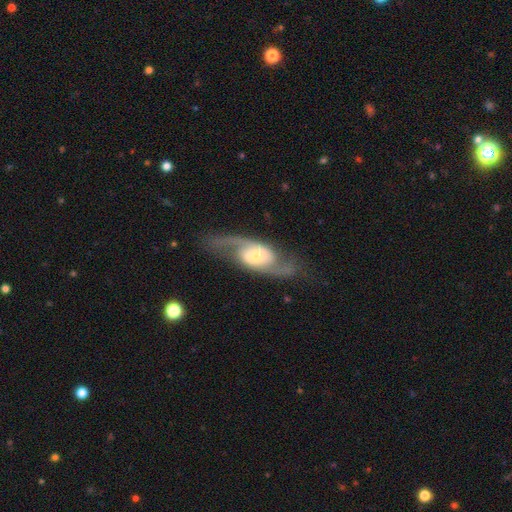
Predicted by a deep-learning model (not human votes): Overall: featured or disk (85%). Edge-on disk: no (94%). Bar: no (55%; weak 31%). Spiral arms: yes (96%). Spiral arm count: 2 (93%). Spiral winding: loose (55%; medium 36%). Bulge size: moderate (42%; small 40%). Merging: none (74%).